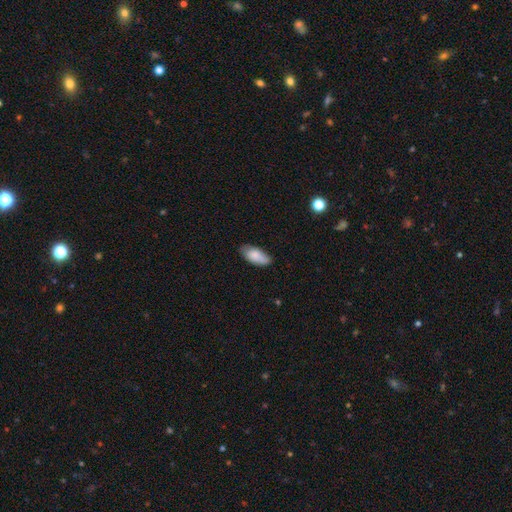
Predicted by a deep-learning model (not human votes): smooth 84%, featured or disk 10%, star or artifact 6%. Down the decision tree: how rounded — in between (89%); merging — none (72%).